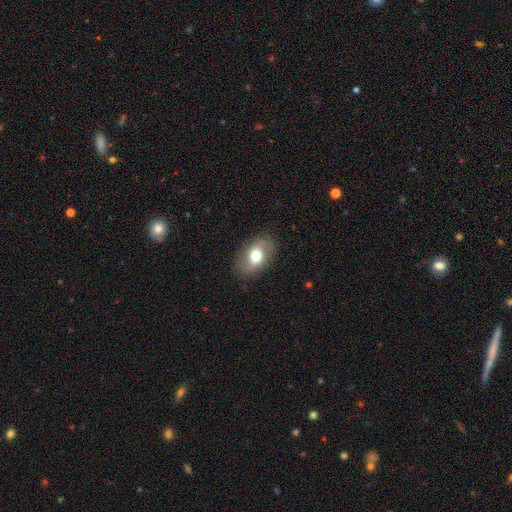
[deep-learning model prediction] Q: Smooth or featured?
A: smooth (60%); runner-up: featured or disk (32%)
Q: How rounded?
A: in between (84%); runner-up: round (15%)
Q: Merging?
A: none (84%); runner-up: minor disturbance (11%)